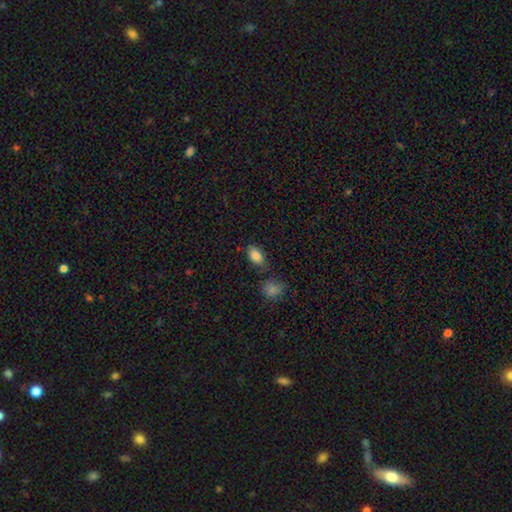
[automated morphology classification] A smooth galaxy with no disk features (85%) that is in between round and cigar-shaped (90%). Merging: none (75%).